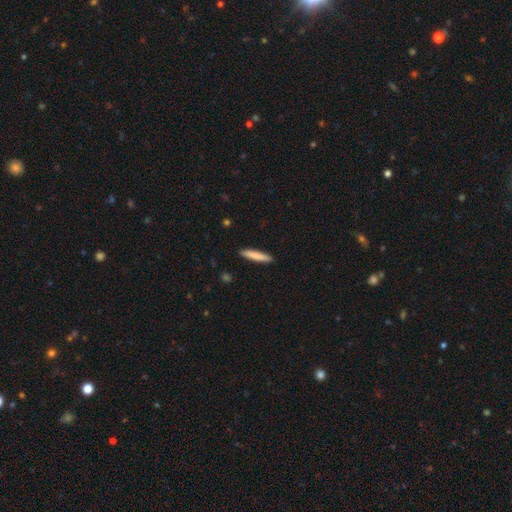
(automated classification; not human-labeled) Q: Smooth or featured?
A: smooth (82%); runner-up: featured or disk (13%)
Q: How rounded?
A: cigar-shaped (92%); runner-up: in between (7%)
Q: Merging?
A: none (92%); runner-up: minor disturbance (6%)